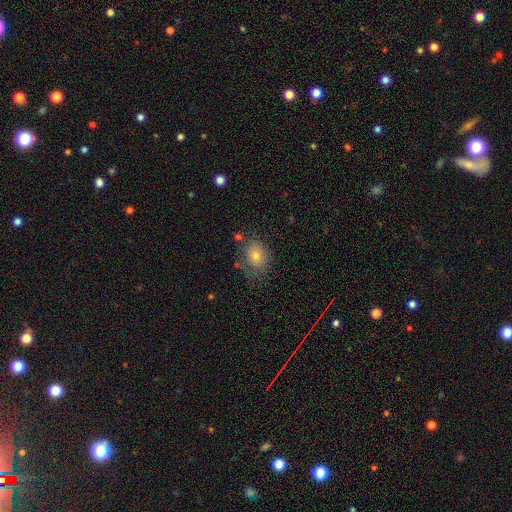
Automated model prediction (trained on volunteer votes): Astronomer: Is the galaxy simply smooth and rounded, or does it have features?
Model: smooth — 73%.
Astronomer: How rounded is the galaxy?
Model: in between — 62%.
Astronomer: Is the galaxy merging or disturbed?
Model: none — 68%.